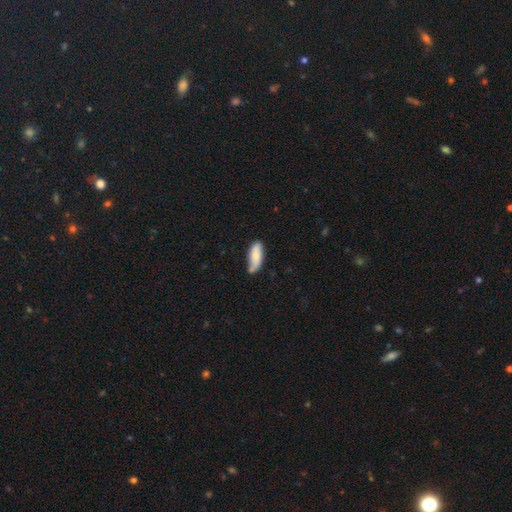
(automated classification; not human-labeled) Morphology: type=smooth (73%); roundness=in between (67%); merging=none (62%).